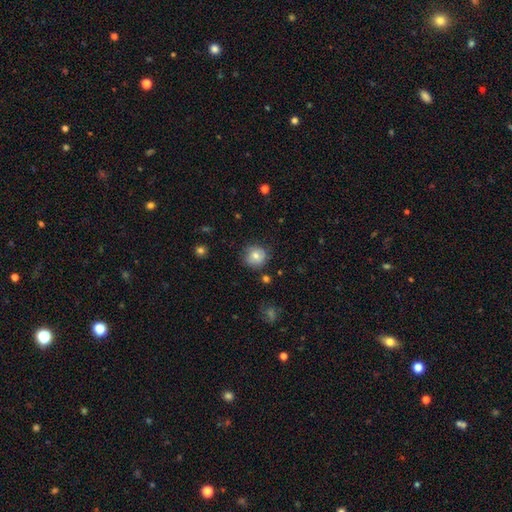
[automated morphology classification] smooth_or_featured: smooth (p=0.73) [alt: featured or disk p=0.17]
how_rounded: round (p=0.88) [alt: in between p=0.11]
merging: none (p=0.77) [alt: minor disturbance p=0.17]